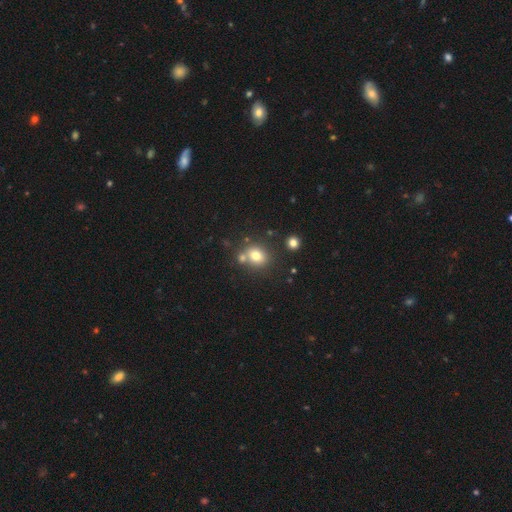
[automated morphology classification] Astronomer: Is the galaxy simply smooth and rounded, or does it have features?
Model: smooth — 75%.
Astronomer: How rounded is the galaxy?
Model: round — 61% (runner-up: in between, 38%).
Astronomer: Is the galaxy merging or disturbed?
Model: none — 64%.